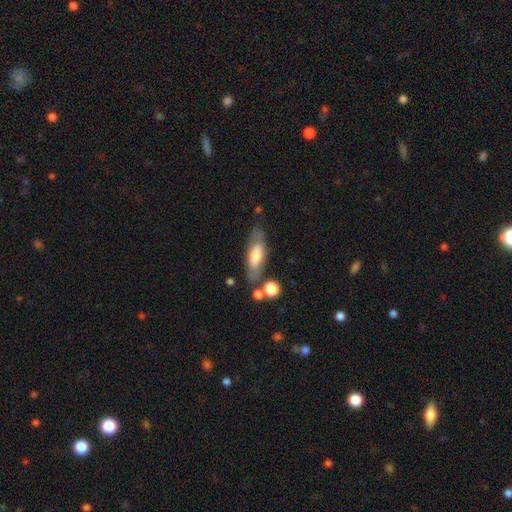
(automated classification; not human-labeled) The model was most divided on "smooth or featured": smooth: 52%, featured or disk: 41%, star or artifact: 7%. More confident: merging — none (67%); how rounded — in between (60%).